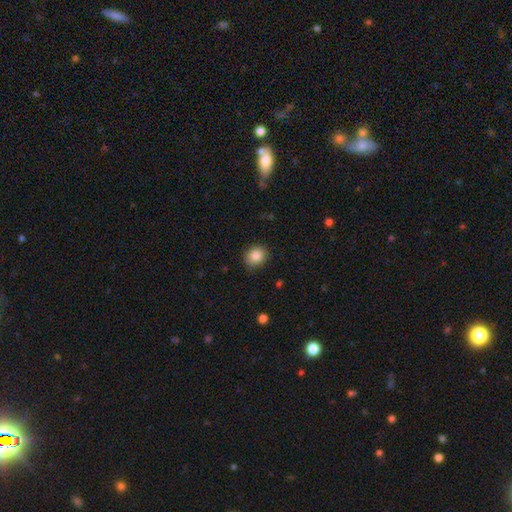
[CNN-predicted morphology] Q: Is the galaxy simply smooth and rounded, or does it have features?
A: smooth — 86%.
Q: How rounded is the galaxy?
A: round — 75%.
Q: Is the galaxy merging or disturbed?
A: none — 87%.